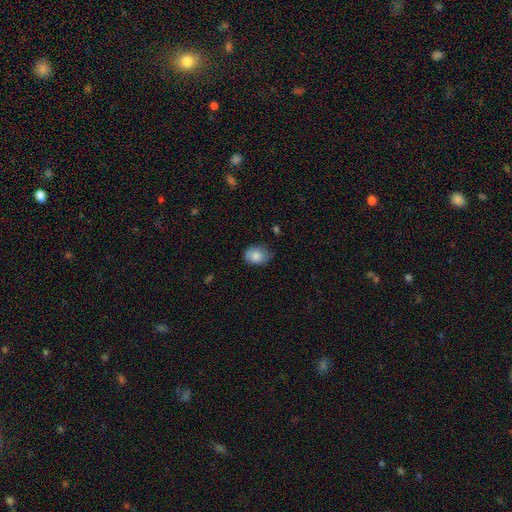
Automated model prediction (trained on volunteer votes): Smooth or featured?
  - smooth: 84% *
  - featured or disk: 9%
  - star or artifact: 7%
How rounded?
  - in between: 75% *
  - round: 24%
  - cigar-shaped: 1%
Merging?
  - none: 70% *
  - minor disturbance: 25%
  - major disturbance: 5%
  - merger: 1%